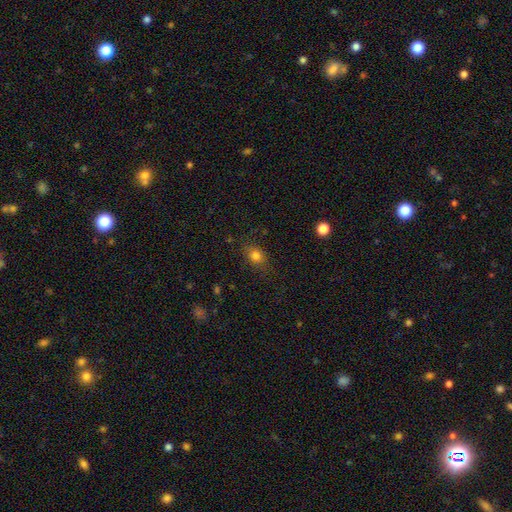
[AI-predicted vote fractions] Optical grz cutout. It shows a smooth galaxy with no disk features (79%) that is in between round and cigar-shaped (57%). Merging: none (78%).